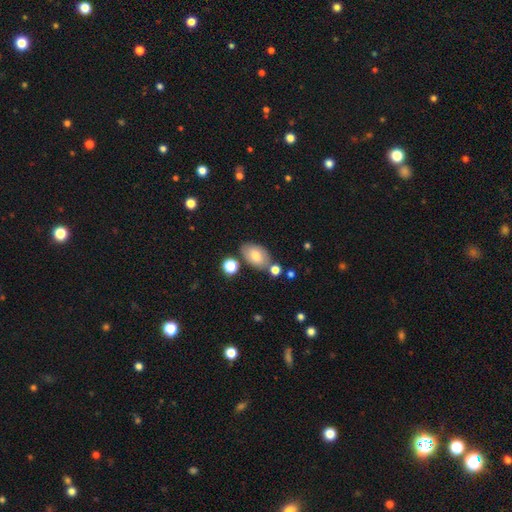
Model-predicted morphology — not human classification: Smooth or featured? Predicted: smooth (p=0.72). How rounded? Predicted: in between (p=0.89). Merging? Predicted: none (p=0.70).